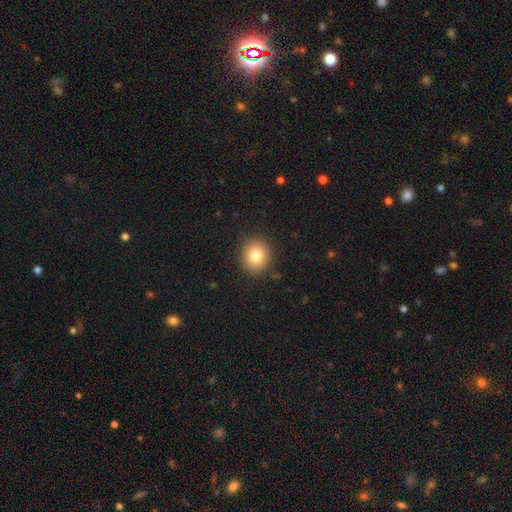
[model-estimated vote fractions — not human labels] smooth_or_featured: smooth (p=0.81) [alt: star or artifact p=0.10]
how_rounded: round (p=0.81) [alt: in between p=0.18]
merging: none (p=0.88) [alt: minor disturbance p=0.08]